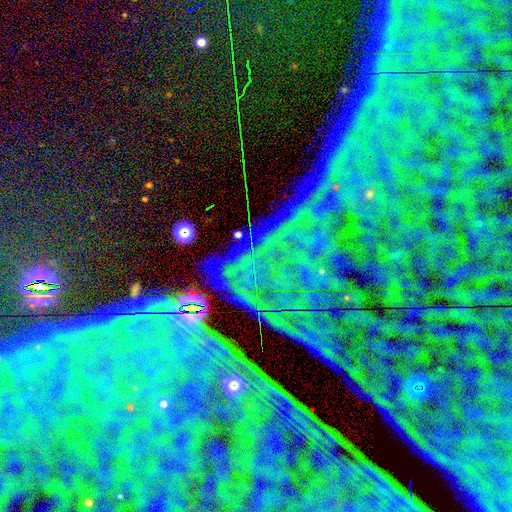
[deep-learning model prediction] Q: Smooth or featured?
A: star or artifact (85%); runner-up: featured or disk (8%)